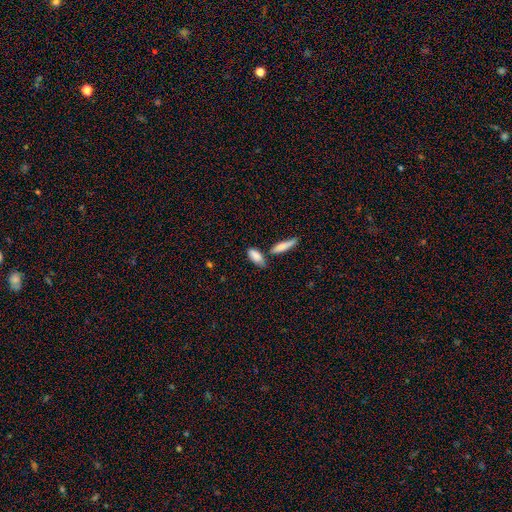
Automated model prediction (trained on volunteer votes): Smooth or featured? smooth (82%)
How rounded? in between (77%)
Merging? none (46%)